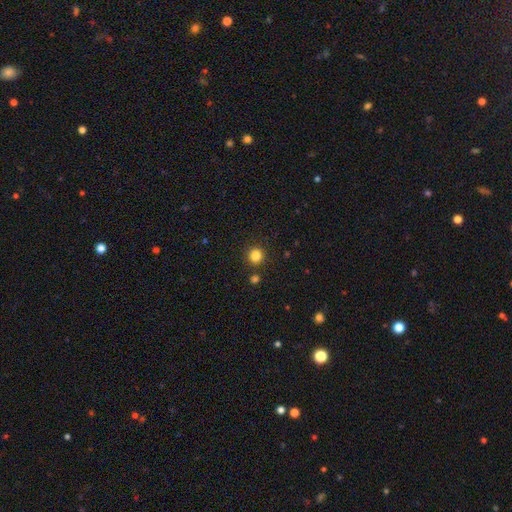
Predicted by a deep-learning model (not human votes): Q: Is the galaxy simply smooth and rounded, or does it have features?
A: smooth — 83%.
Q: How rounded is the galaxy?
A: round — 90%.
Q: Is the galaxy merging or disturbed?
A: none — 87%.